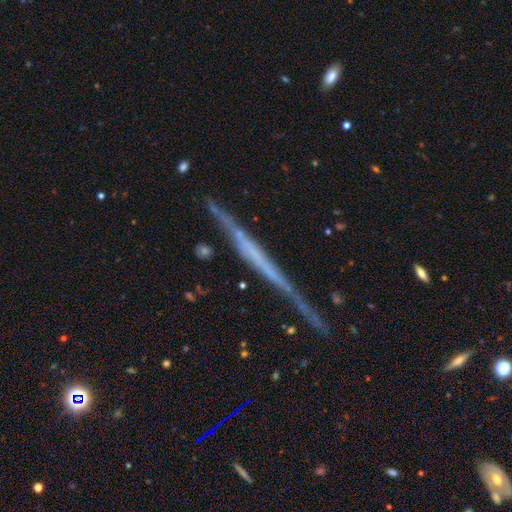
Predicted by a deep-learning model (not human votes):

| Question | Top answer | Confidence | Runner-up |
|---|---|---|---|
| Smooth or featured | featured or disk | 70% | smooth (21%) |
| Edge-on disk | yes | 97% | no (3%) |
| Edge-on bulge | none | 80% | boxy (10%) |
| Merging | none | 79% | minor disturbance (15%) |